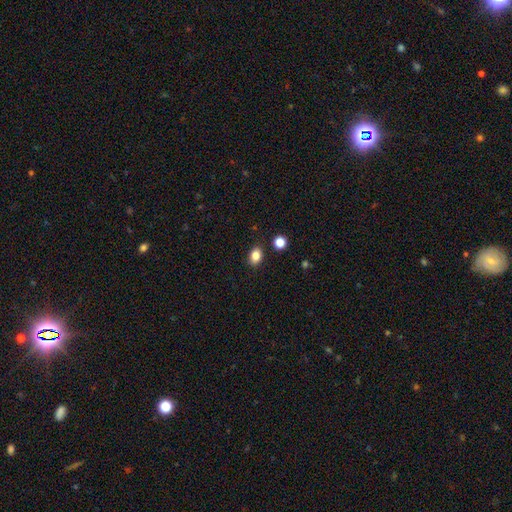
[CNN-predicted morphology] smooth 84%, star or artifact 11%, featured or disk 6%. Down the decision tree: how rounded — in between (69%); merging — none (86%).